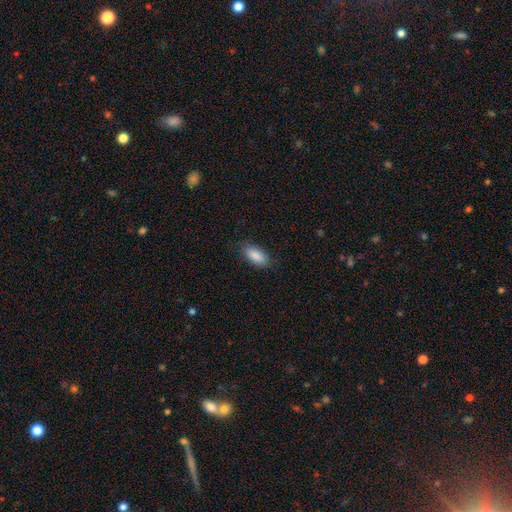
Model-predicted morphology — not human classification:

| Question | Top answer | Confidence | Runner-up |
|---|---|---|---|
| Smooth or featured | smooth | 89% | star or artifact (6%) |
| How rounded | in between | 88% | cigar-shaped (10%) |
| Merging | none | 85% | minor disturbance (12%) |